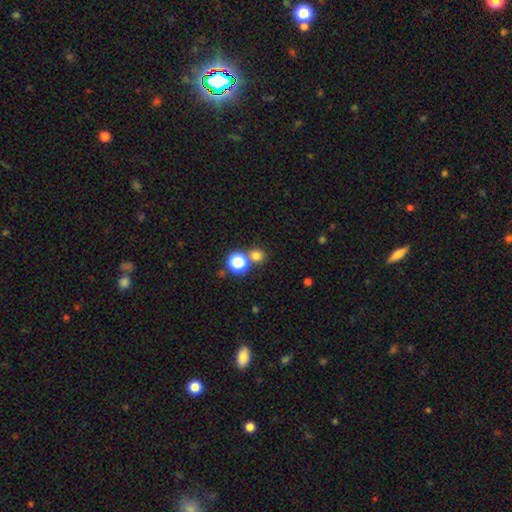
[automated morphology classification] Q: Smooth or featured?
A: smooth (74%); runner-up: star or artifact (20%)
Q: How rounded?
A: round (86%); runner-up: in between (13%)
Q: Merging?
A: none (65%); runner-up: merger (25%)